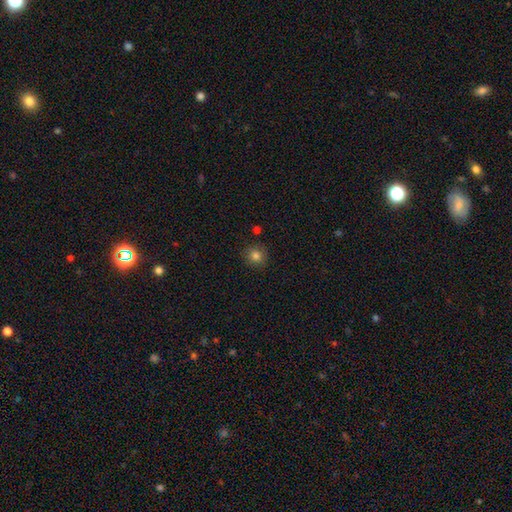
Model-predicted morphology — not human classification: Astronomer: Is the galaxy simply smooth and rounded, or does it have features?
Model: smooth — 81%.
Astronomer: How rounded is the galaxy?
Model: round — 90%.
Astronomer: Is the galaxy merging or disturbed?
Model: none — 87%.